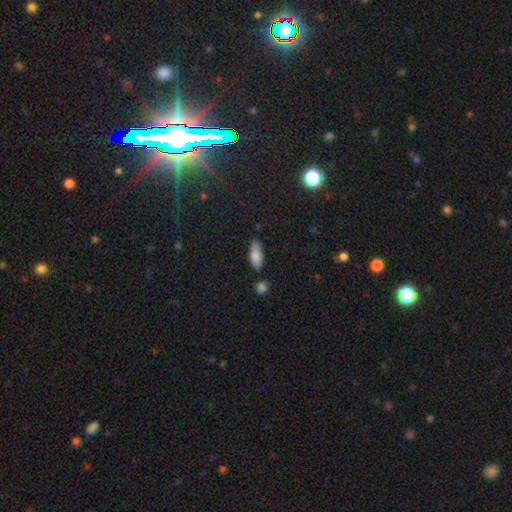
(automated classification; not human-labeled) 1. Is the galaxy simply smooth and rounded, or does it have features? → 83% smooth, 10% featured or disk, 8% star or artifact.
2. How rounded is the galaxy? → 75% in between, 23% cigar-shaped, 2% round.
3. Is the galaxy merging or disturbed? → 73% none, 17% minor disturbance, 6% merger, 4% major disturbance.